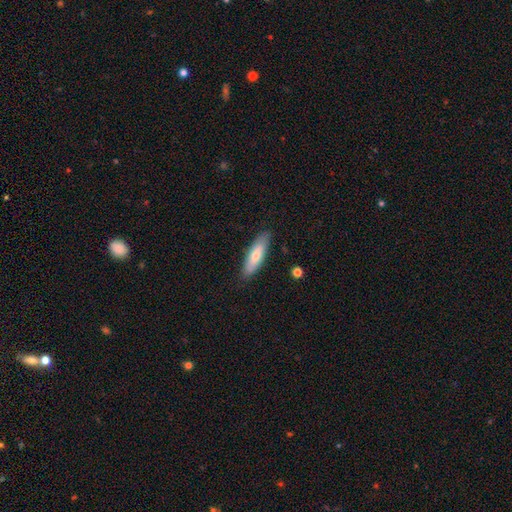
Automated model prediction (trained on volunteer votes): Smooth or featured? smooth (68%)
How rounded? cigar-shaped (56%)
Merging? none (86%)